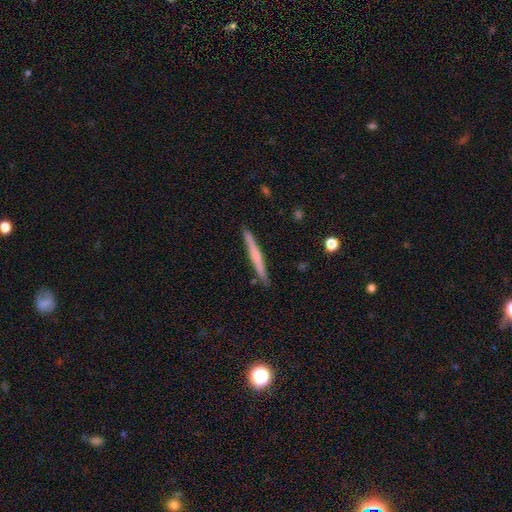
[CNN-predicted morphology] Overall: featured or disk (49%; smooth 45%). Merging: none (91%).